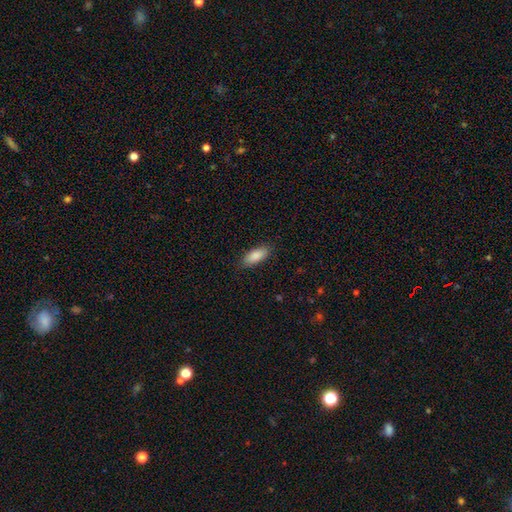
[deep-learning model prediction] Q: Smooth or featured?
A: smooth (88%); runner-up: featured or disk (6%)
Q: How rounded?
A: in between (80%); runner-up: cigar-shaped (18%)
Q: Merging?
A: none (86%); runner-up: minor disturbance (11%)